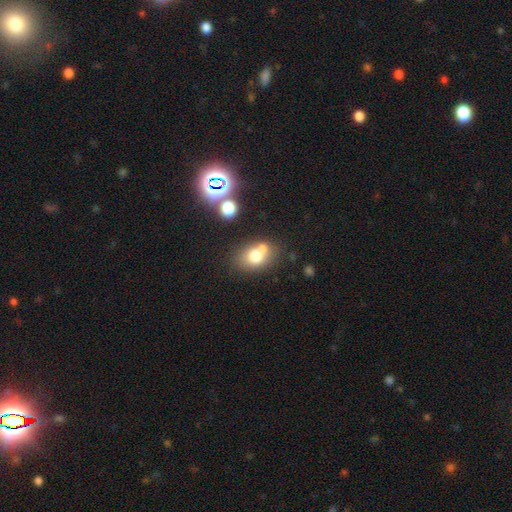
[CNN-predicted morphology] smooth-or-featured: smooth: 70% | featured or disk: 17% | star or artifact: 13%
  how-rounded: in between: 59% | round: 40% | cigar-shaped: 1%
  merging: none: 49% | merger: 34% | minor disturbance: 12% | major disturbance: 5%